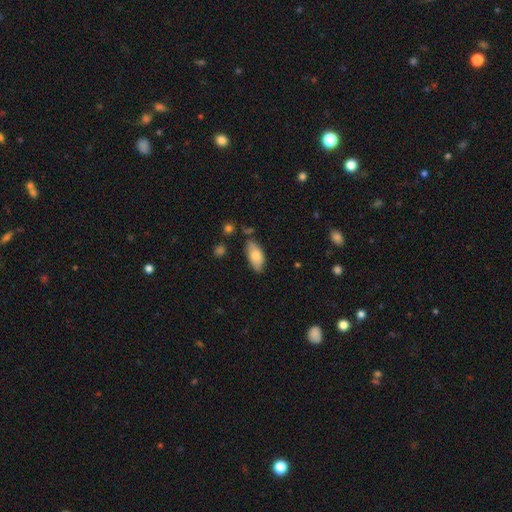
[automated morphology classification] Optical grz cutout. It shows a smooth galaxy with no disk features (75%) that is in between round and cigar-shaped (91%). Merging: none (69%).